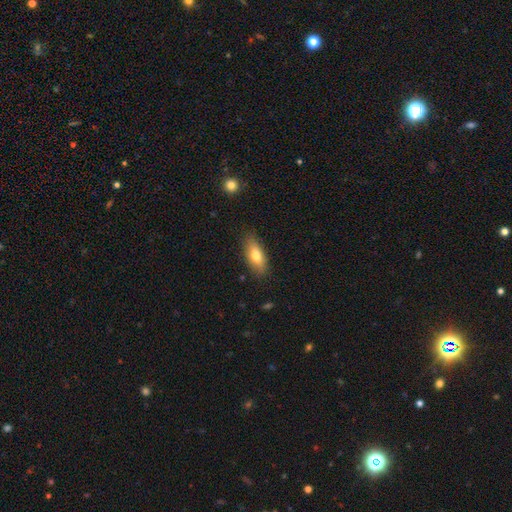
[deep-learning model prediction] Smooth or featured? Predicted: smooth (p=0.73). How rounded? Predicted: in between (p=0.76). Merging? Predicted: none (p=0.84).